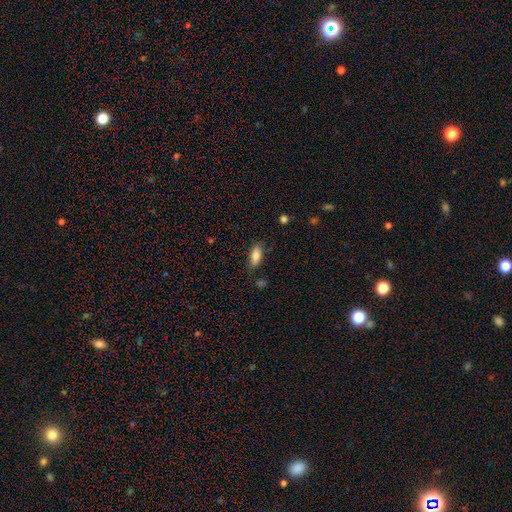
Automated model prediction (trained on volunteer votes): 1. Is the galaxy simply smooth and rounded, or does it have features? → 78% smooth, 15% featured or disk, 7% star or artifact.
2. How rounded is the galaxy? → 78% in between, 19% cigar-shaped, 2% round.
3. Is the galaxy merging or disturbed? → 74% none, 20% minor disturbance, 5% major disturbance, 2% merger.